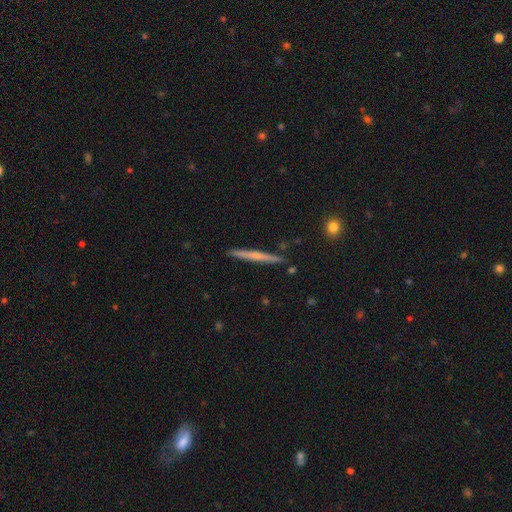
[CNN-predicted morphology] Overall: featured or disk (57%; smooth 37%). Edge-on disk: yes (98%). Edge-on bulge: none (52%; rounded 42%). Merging: none (90%).